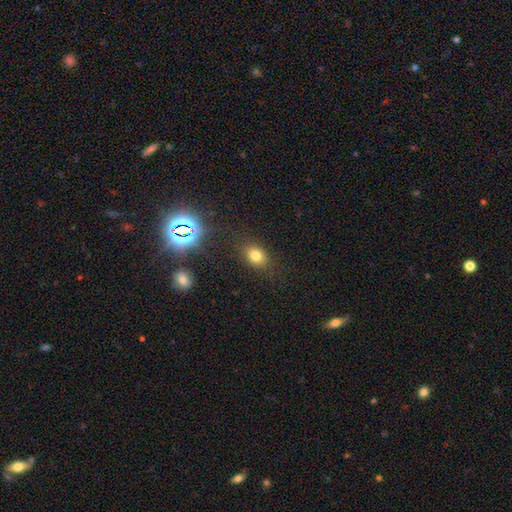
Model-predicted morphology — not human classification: The model was most divided on "how rounded": in between: 59%, round: 39%, cigar-shaped: 2%. More confident: merging — none (80%); smooth or featured — smooth (74%).